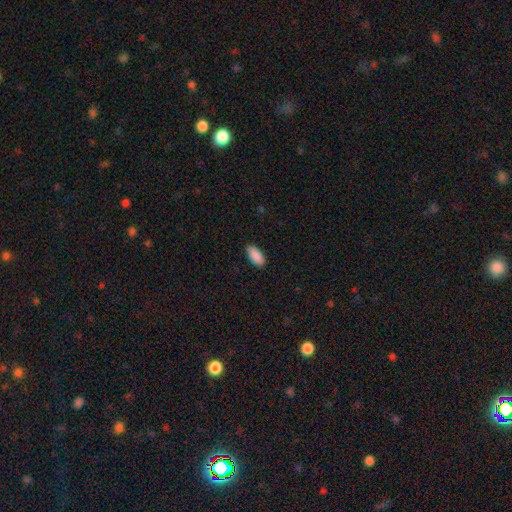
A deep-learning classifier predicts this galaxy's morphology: Q: Smooth or featured?
A: smooth (90%); runner-up: star or artifact (6%)
Q: How rounded?
A: in between (89%); runner-up: cigar-shaped (9%)
Q: Merging?
A: none (85%); runner-up: minor disturbance (12%)